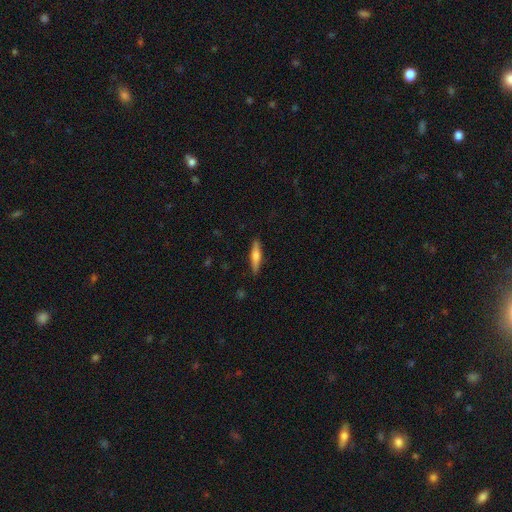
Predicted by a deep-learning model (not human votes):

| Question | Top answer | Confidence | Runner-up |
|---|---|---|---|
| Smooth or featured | smooth | 51% | featured or disk (43%) |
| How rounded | cigar-shaped | 83% | in between (15%) |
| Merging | none | 88% | minor disturbance (9%) |